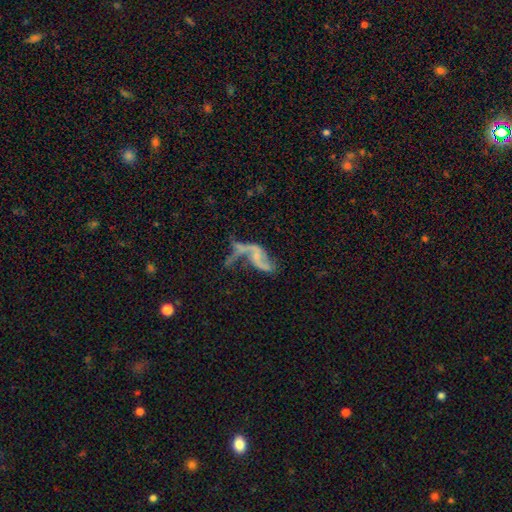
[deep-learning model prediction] Q: Smooth or featured?
A: featured or disk (77%); runner-up: smooth (13%)
Q: Edge-on disk?
A: no (94%); runner-up: yes (6%)
Q: Bar?
A: no (59%); runner-up: weak (30%)
Q: Spiral arms?
A: yes (80%); runner-up: no (20%)
Q: Spiral winding?
A: loose (82%); runner-up: medium (13%)
Q: Spiral arm count?
A: 2 (81%); runner-up: 1 (10%)
Q: Bulge size?
A: small (55%); runner-up: none (29%)
Q: Merging?
A: major disturbance (35%); runner-up: none (27%)